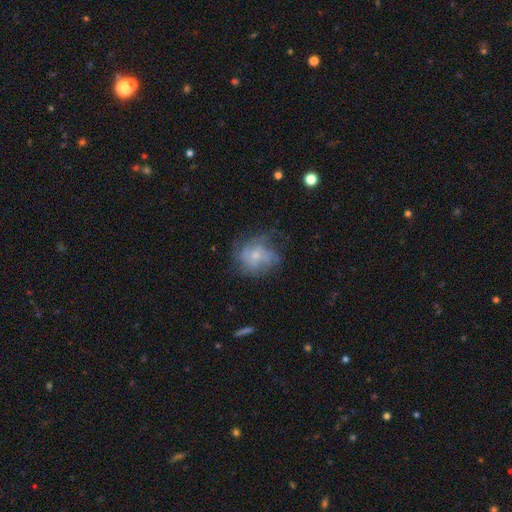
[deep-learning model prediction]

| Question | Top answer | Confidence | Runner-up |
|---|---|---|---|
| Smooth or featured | featured or disk | 56% | smooth (34%) |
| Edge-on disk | no | 97% | yes (3%) |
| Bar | no | 80% | weak (18%) |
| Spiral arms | yes | 70% | no (30%) |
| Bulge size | small | 61% | moderate (31%) |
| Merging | none | 55% | minor disturbance (25%) |